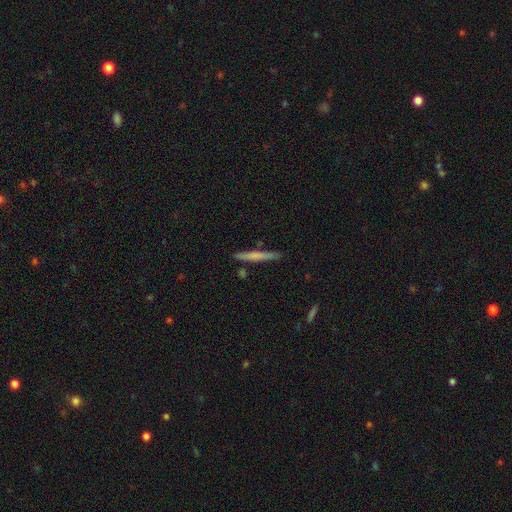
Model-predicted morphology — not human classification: Smooth or featured: smooth — 60% (featured or disk — 34%)
How rounded: cigar-shaped — 96% (in between — 3%)
Merging: none — 86% (minor disturbance — 9%)